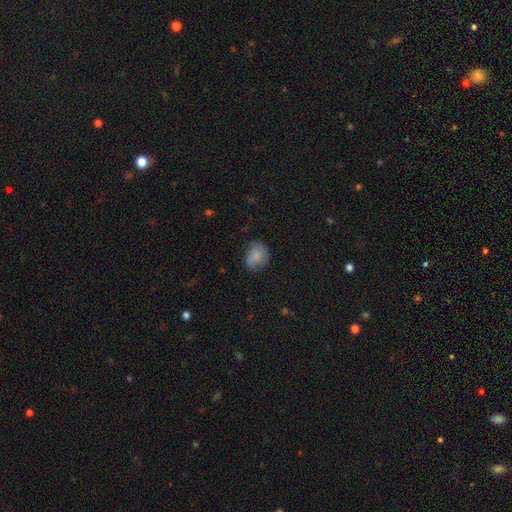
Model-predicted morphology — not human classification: smooth_or_featured: smooth (p=0.77) [alt: featured or disk p=0.14]
how_rounded: round (p=0.53) [alt: in between p=0.46]
merging: none (p=0.63) [alt: minor disturbance p=0.28]